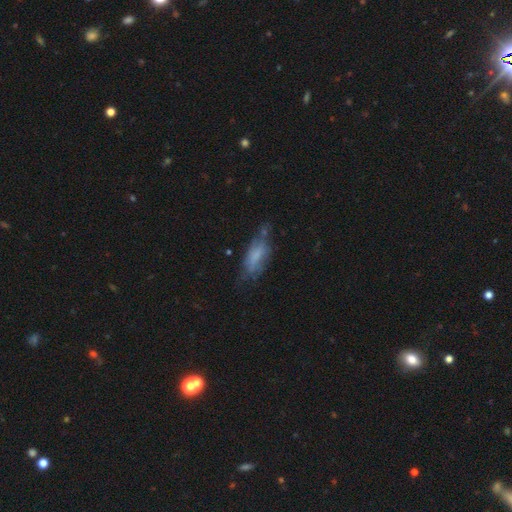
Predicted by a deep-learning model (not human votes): This is likely a smooth galaxy (60%). How rounded: likely in between (71%). Merging: possibly none (48%).